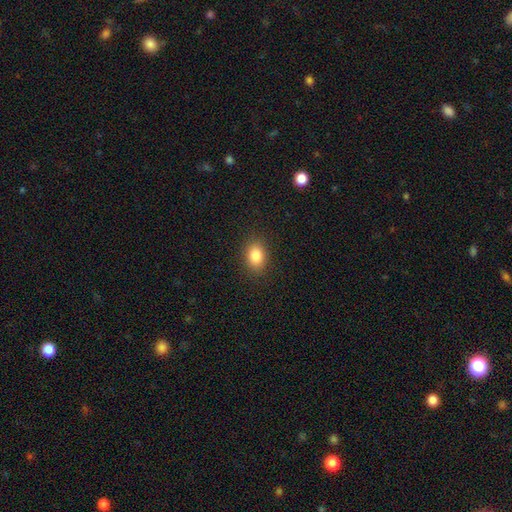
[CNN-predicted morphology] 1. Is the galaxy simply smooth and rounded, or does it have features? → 85% smooth, 9% star or artifact, 6% featured or disk.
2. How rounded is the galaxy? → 72% in between, 26% round, 1% cigar-shaped.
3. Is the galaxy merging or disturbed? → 88% none, 8% minor disturbance, 3% major disturbance, 1% merger.